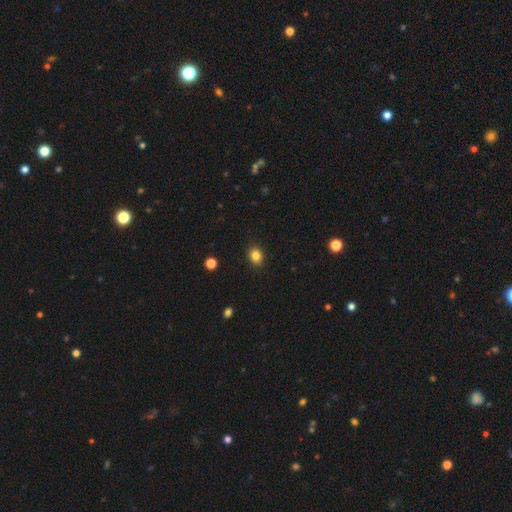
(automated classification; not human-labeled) Smooth or featured? smooth (84%)
How rounded? round (51%)
Merging? none (90%)